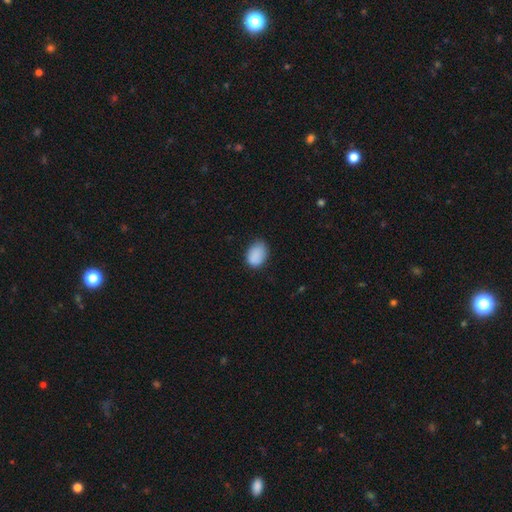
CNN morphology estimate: Smooth or featured: smooth — 88% (star or artifact — 8%)
How rounded: in between — 79% (round — 20%)
Merging: none — 73% (minor disturbance — 22%)